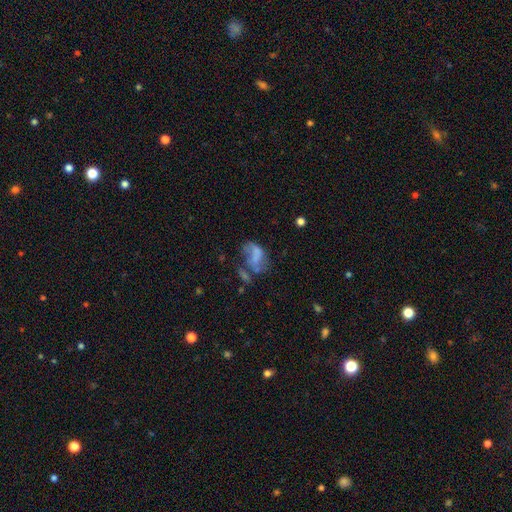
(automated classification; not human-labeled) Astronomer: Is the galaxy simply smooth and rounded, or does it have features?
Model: smooth — 46% (runner-up: featured or disk, 41%).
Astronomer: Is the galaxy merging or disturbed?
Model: major disturbance — 35% (runner-up: none, 24%).